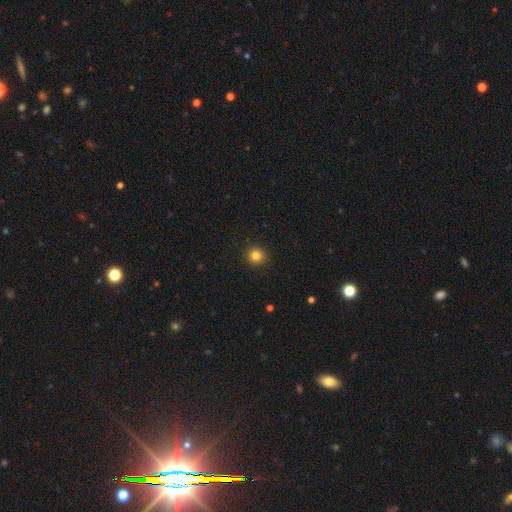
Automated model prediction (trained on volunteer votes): smooth 83%, star or artifact 12%, featured or disk 5%. Down the decision tree: how rounded — round (92%); merging — none (92%).